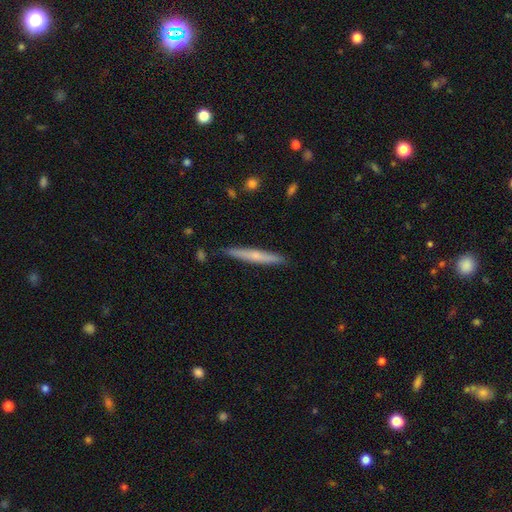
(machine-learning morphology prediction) Smooth or featured? smooth (50%)
How rounded? cigar-shaped (95%)
Merging? none (89%)